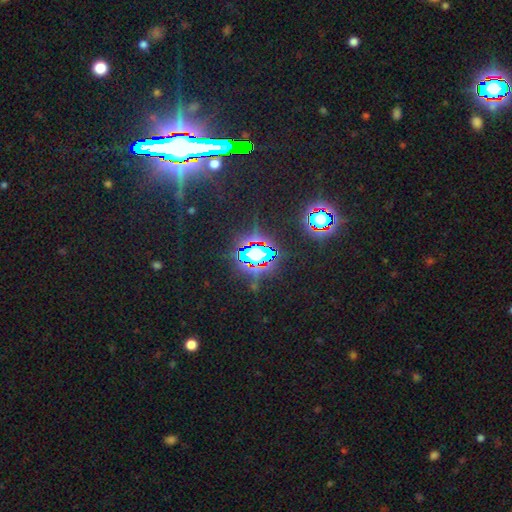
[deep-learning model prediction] Morphology: type=star or artifact (84%).